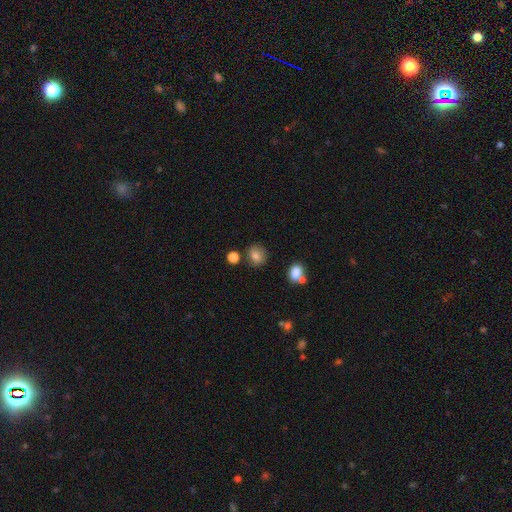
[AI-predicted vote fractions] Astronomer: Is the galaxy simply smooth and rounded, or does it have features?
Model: smooth — 82%.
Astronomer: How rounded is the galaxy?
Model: round — 69%.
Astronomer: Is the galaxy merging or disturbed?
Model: none — 78%.